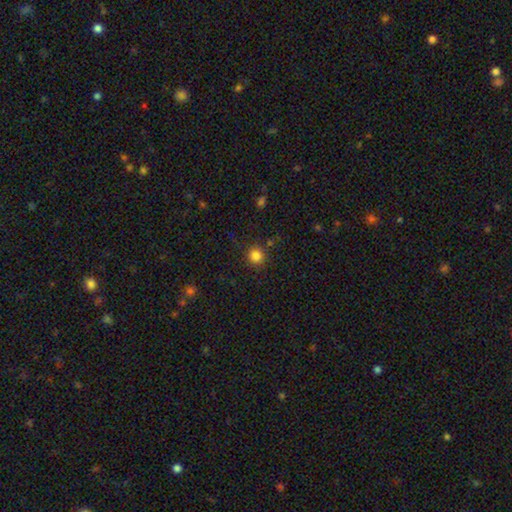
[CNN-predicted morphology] smooth_or_featured: smooth (p=0.83) [alt: star or artifact p=0.12]
how_rounded: round (p=0.94) [alt: in between p=0.05]
merging: none (p=0.86) [alt: minor disturbance p=0.08]